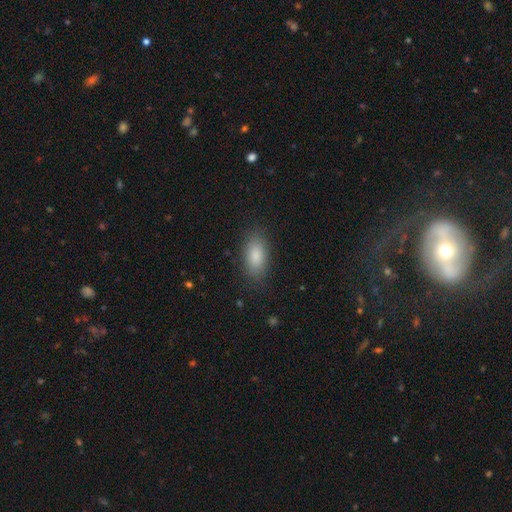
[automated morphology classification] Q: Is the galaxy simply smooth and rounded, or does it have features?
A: smooth — 85%.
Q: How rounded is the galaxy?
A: in between — 90%.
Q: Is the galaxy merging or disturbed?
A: none — 85%.